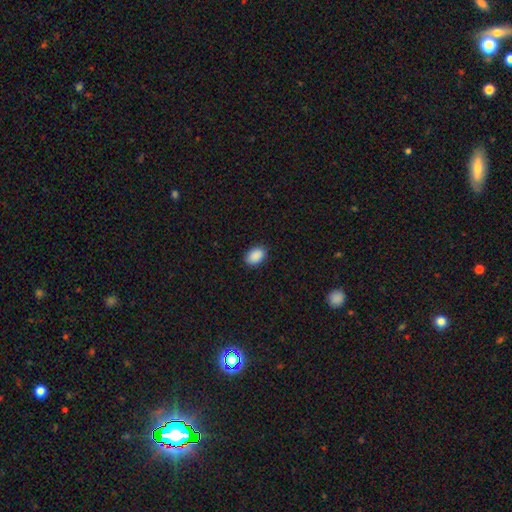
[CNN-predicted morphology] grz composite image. It shows a smooth galaxy with no disk features (90%) that is in between round and cigar-shaped (86%). Merging: none (88%).